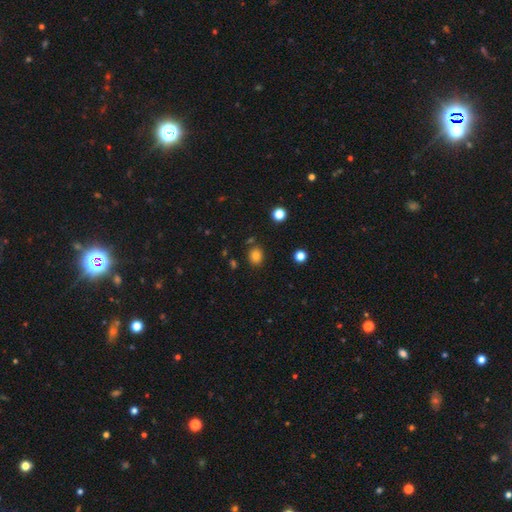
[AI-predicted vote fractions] Q: Smooth or featured?
A: smooth (82%); runner-up: star or artifact (13%)
Q: How rounded?
A: round (65%); runner-up: in between (35%)
Q: Merging?
A: none (83%); runner-up: minor disturbance (10%)